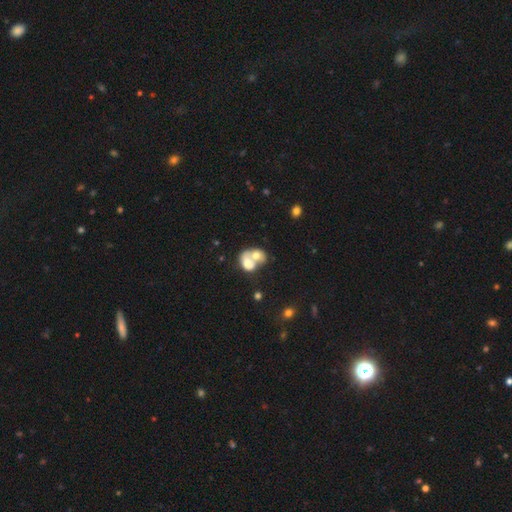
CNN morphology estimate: Q: Smooth or featured?
A: smooth (60%); runner-up: featured or disk (32%)
Q: How rounded?
A: in between (65%); runner-up: round (34%)
Q: Merging?
A: merger (78%); runner-up: none (12%)